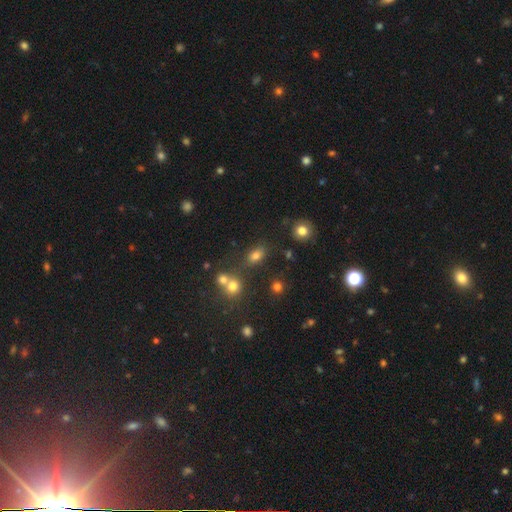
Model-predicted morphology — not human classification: A smooth galaxy with no disk features (73%) that is in between round and cigar-shaped (76%). Merging: none (68%).